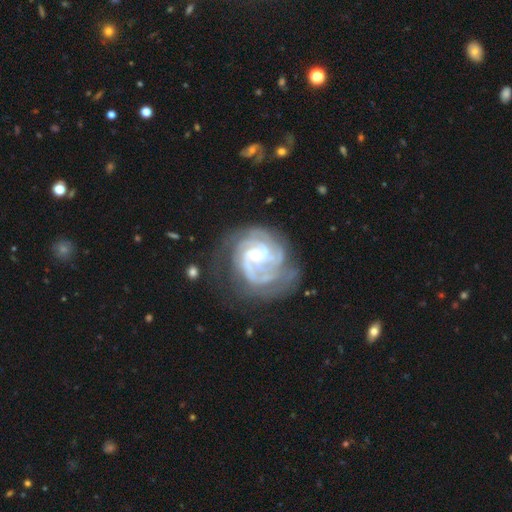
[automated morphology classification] Overall: featured or disk (90%). Edge-on disk: no (98%). Bar: no (62%; weak 30%). Spiral arms: yes (98%). Spiral arm count: 3 (33%; 2 21%). Spiral winding: tight (66%; medium 29%). Bulge size: small (64%; moderate 32%). Merging: none (60%; minor disturbance 21%).